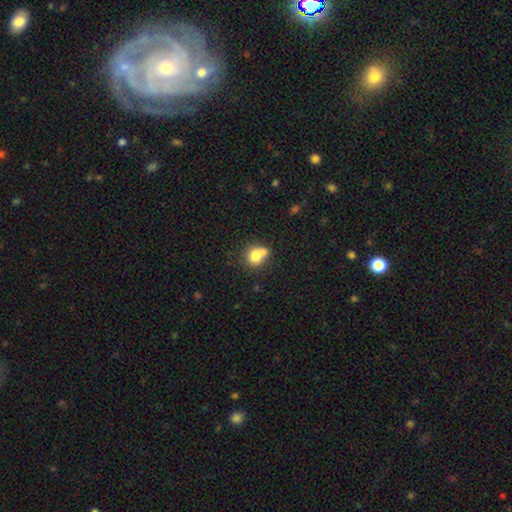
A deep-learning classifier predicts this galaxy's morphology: Smooth or featured? Predicted: smooth (p=0.76). How rounded? Predicted: round (p=0.69). Merging? Predicted: merger (p=0.46).